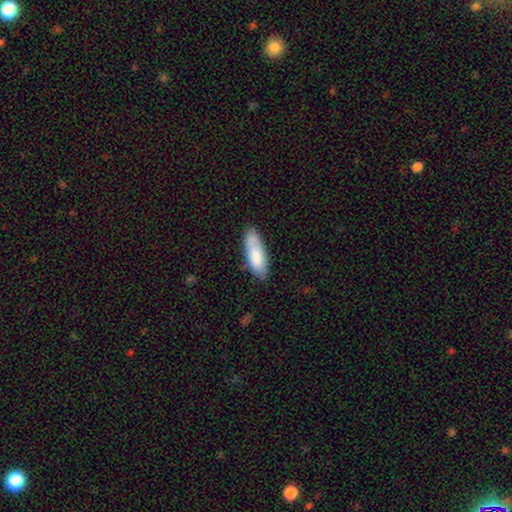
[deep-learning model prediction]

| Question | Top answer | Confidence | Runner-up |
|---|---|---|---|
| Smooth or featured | smooth | 81% | featured or disk (13%) |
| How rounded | in between | 62% | cigar-shaped (36%) |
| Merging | none | 74% | minor disturbance (20%) |